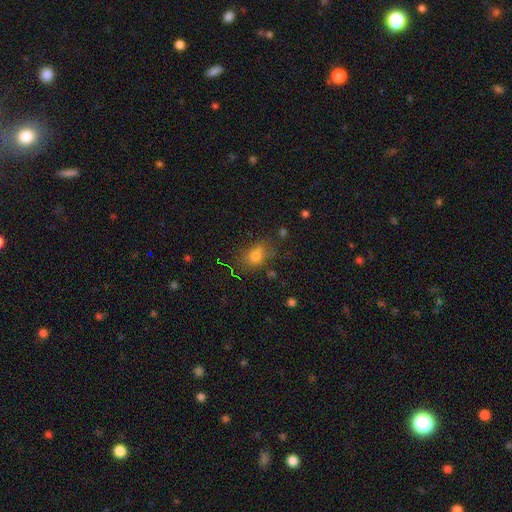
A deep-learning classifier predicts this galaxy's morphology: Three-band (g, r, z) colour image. It shows a smooth galaxy with no disk features (74%) that is in between round and cigar-shaped (60%). Merging: none (64%).